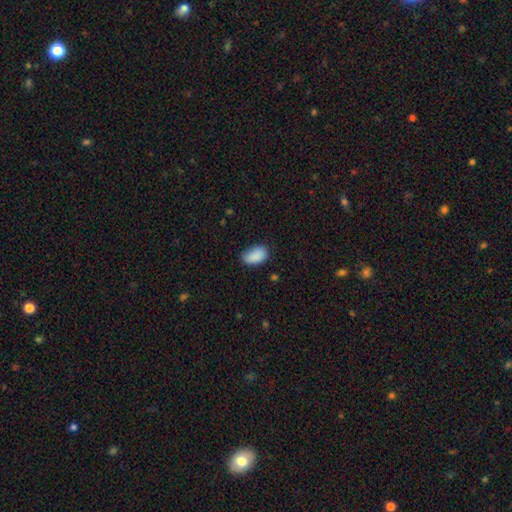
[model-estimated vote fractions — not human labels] This is clearly a smooth galaxy (89%). How rounded: clearly in between (93%). Merging: likely none (73%).